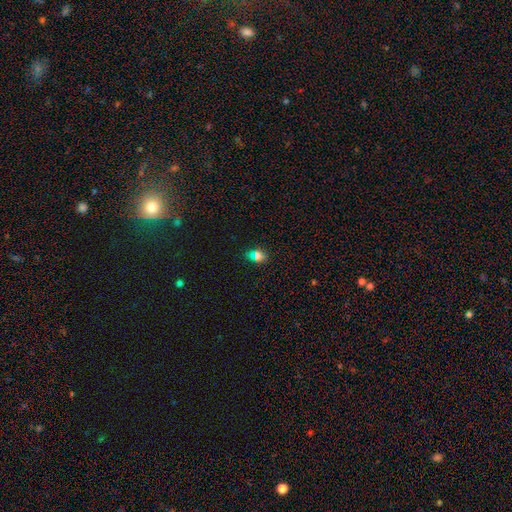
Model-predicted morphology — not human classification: This is likely a smooth galaxy (67%). How rounded: likely in between (62%). Merging: likely none (78%).